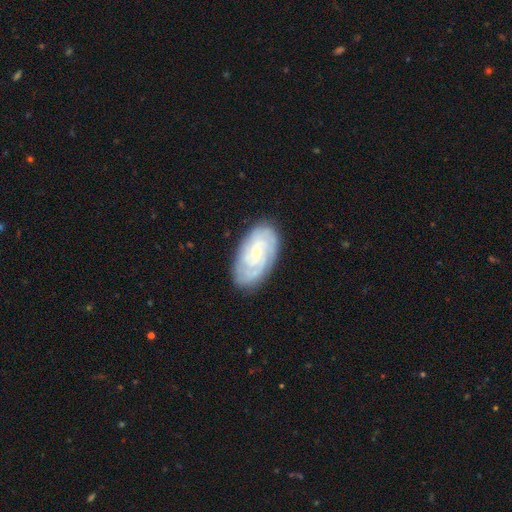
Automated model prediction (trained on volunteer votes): Overall: featured or disk (70%). Edge-on disk: no (95%). Bar: no (72%). Spiral arms: yes (92%). Spiral arm count: can't tell (40%; 3 17%). Spiral winding: tight (72%). Bulge size: small (68%; moderate 28%). Merging: none (82%).